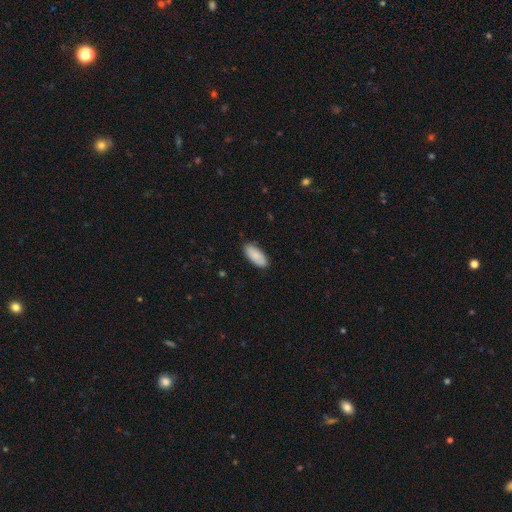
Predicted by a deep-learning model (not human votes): Smooth or featured? Predicted: smooth (p=0.85). How rounded? Predicted: in between (p=0.88). Merging? Predicted: none (p=0.84).